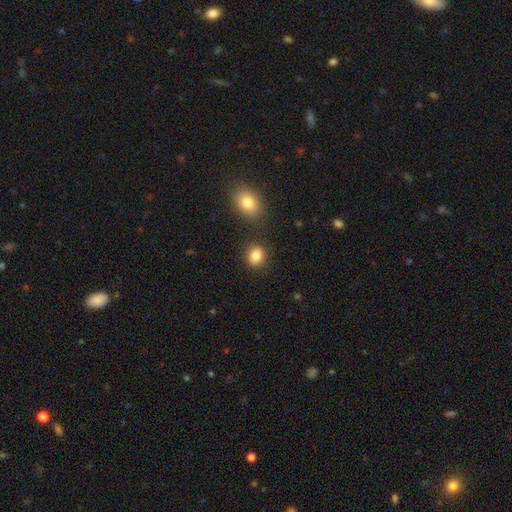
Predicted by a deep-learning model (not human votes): Smooth or featured? smooth (84%)
How rounded? round (62%)
Merging? none (82%)